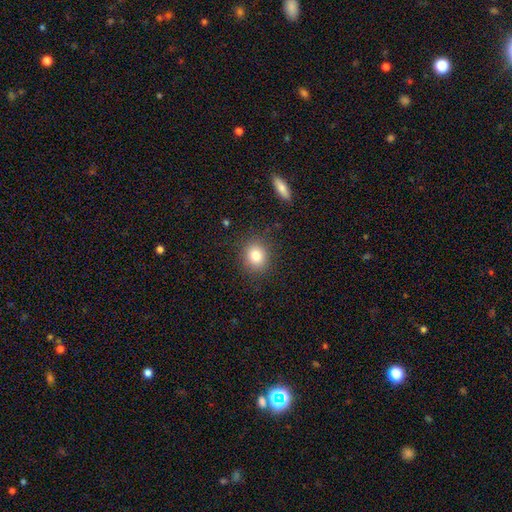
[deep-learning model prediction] smooth_or_featured: smooth (p=0.81) [alt: star or artifact p=0.11]
how_rounded: round (p=0.72) [alt: in between p=0.27]
merging: none (p=0.87) [alt: minor disturbance p=0.08]